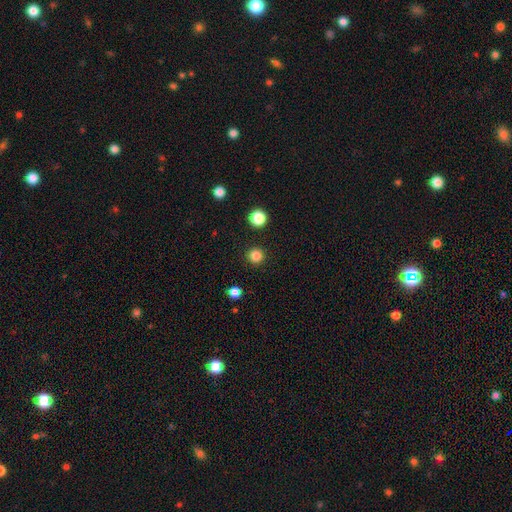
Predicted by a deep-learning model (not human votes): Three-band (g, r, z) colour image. It shows a smooth galaxy with no disk features (83%) that is round (96%). Merging: none (92%).